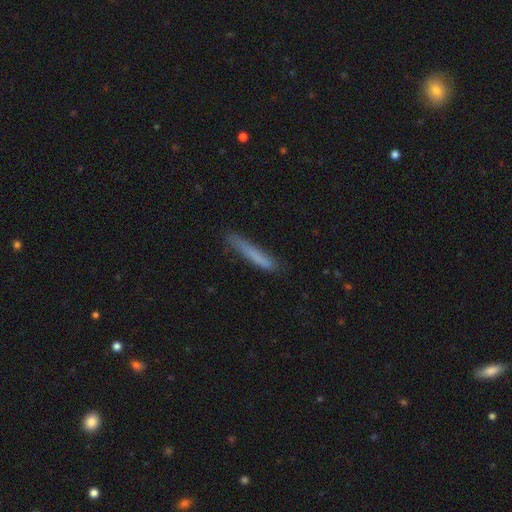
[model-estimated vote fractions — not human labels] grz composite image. It shows a smooth galaxy with no disk features (72%) that is cigar-shaped (96%). Merging: none (78%).